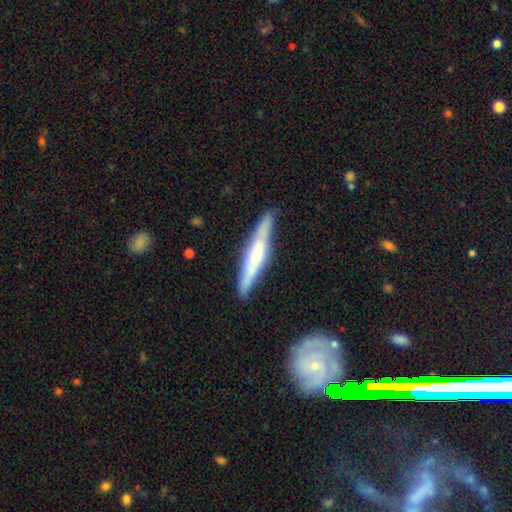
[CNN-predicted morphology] type=featured or disk (62%); edge-on=yes (93%); edge-on bulge=rounded (65%); merging=none (85%).